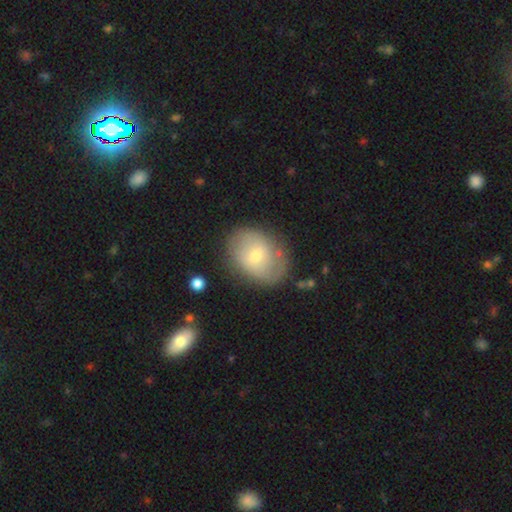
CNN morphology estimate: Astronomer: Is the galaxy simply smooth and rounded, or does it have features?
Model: smooth — 53% (runner-up: featured or disk, 39%).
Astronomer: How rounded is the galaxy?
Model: in between — 63%.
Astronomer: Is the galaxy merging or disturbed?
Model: none — 74%.